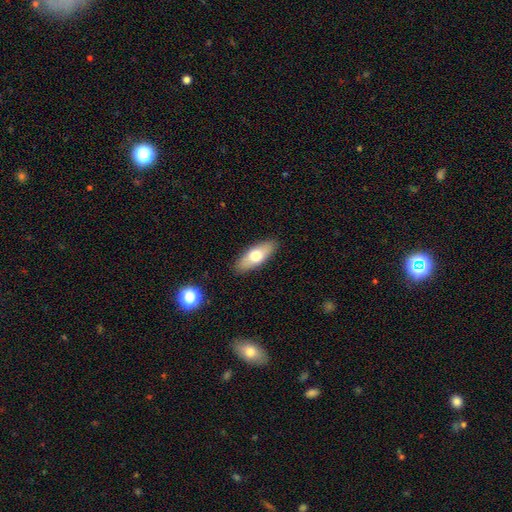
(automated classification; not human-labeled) The model was most divided on "smooth or featured": smooth: 66%, featured or disk: 28%, star or artifact: 6%. More confident: merging — none (88%); how rounded — in between (71%).